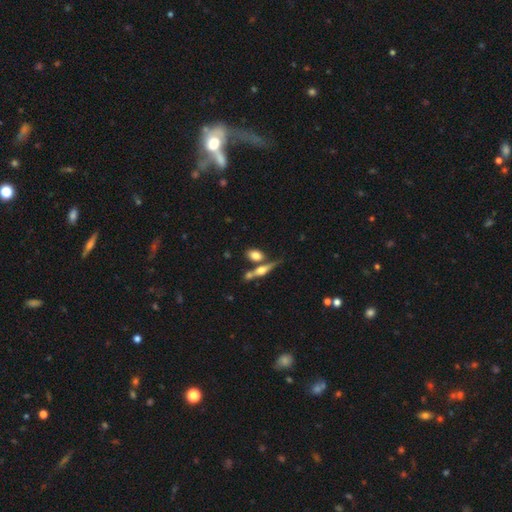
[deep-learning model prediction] smooth-or-featured: smooth: 69% | featured or disk: 23% | star or artifact: 8%
  how-rounded: in between: 76% | cigar-shaped: 12% | round: 12%
  merging: none: 53% | merger: 30% | minor disturbance: 12% | major disturbance: 5%